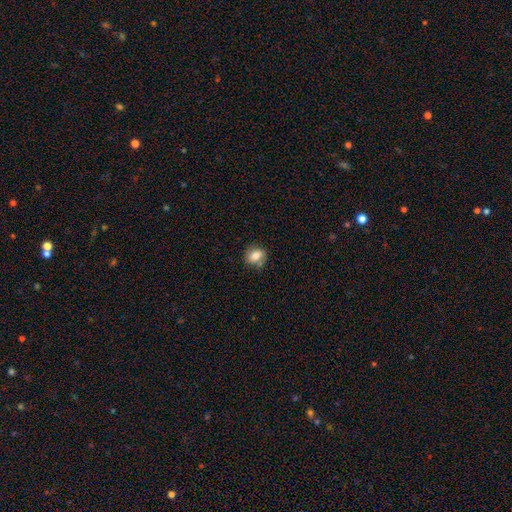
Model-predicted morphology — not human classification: Smooth or featured: smooth — 77% (featured or disk — 14%)
How rounded: round — 57% (in between — 41%)
Merging: none — 71% (minor disturbance — 18%)